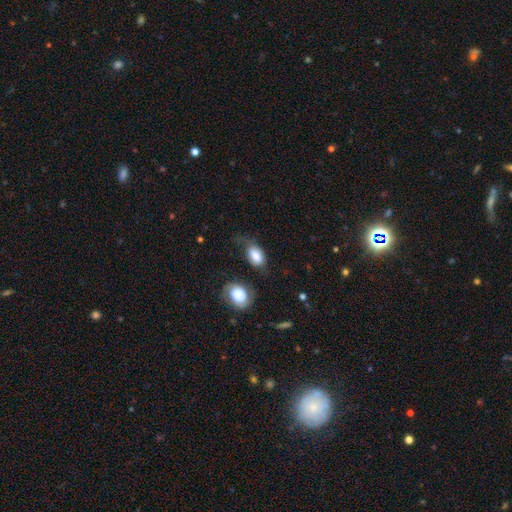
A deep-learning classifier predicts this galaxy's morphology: Smooth or featured: smooth — 80% (featured or disk — 12%)
How rounded: in between — 85% (round — 13%)
Merging: none — 38% (minor disturbance — 30%)